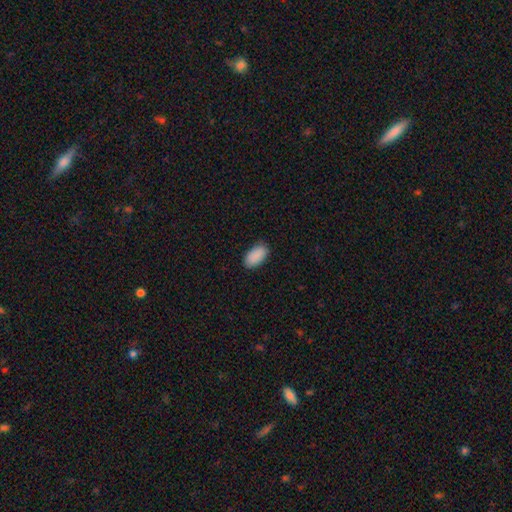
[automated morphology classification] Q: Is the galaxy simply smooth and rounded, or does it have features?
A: smooth — 91%.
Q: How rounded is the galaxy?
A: in between — 95%.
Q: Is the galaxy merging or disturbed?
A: none — 87%.